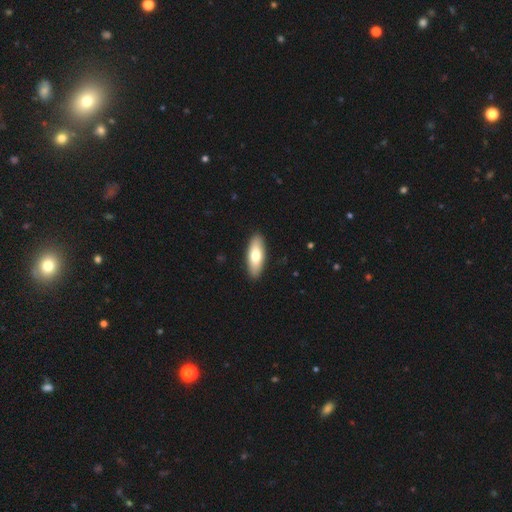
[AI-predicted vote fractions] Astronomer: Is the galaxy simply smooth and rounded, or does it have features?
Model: smooth — 73%.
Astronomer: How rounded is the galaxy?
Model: in between — 68%.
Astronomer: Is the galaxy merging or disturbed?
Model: none — 91%.